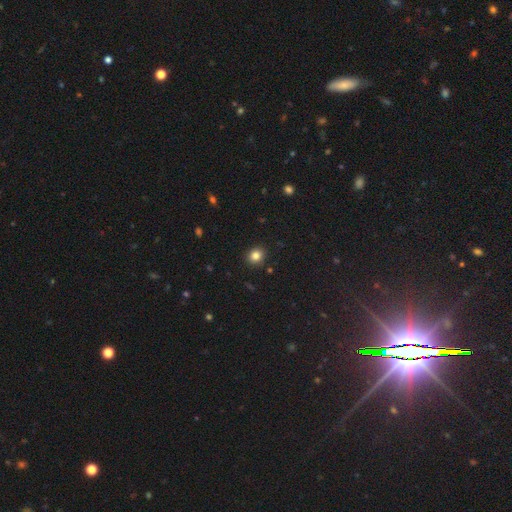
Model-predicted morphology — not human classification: Q: Smooth or featured?
A: smooth (83%); runner-up: star or artifact (12%)
Q: How rounded?
A: round (77%); runner-up: in between (22%)
Q: Merging?
A: none (91%); runner-up: minor disturbance (6%)